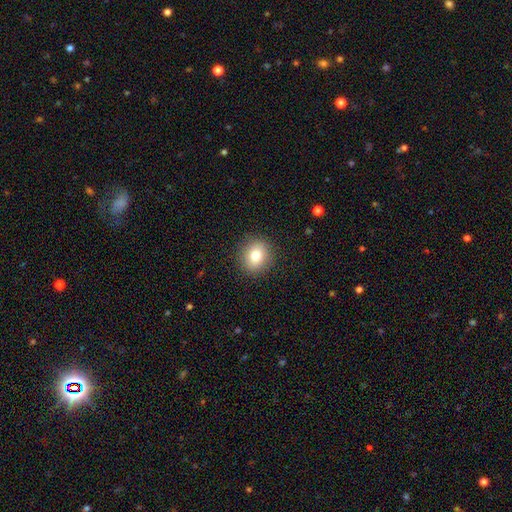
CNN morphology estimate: Smooth or featured? Predicted: smooth (p=0.80). How rounded? Predicted: round (p=0.77). Merging? Predicted: none (p=0.90).